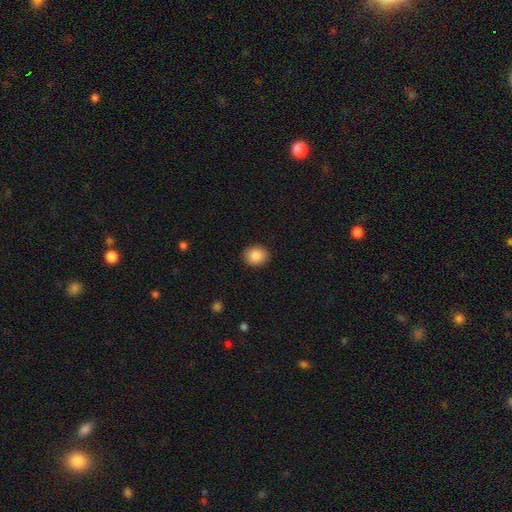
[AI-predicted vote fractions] A smooth galaxy with no disk features (87%) that is round (69%).

Vote fractions:
- Smooth or featured? smooth: 87% / star or artifact: 8% / featured or disk: 5%
- How rounded? round: 69% / in between: 30% / cigar-shaped: 1%
- Merging? none: 91% / minor disturbance: 7% / major disturbance: 2% / merger: 1%